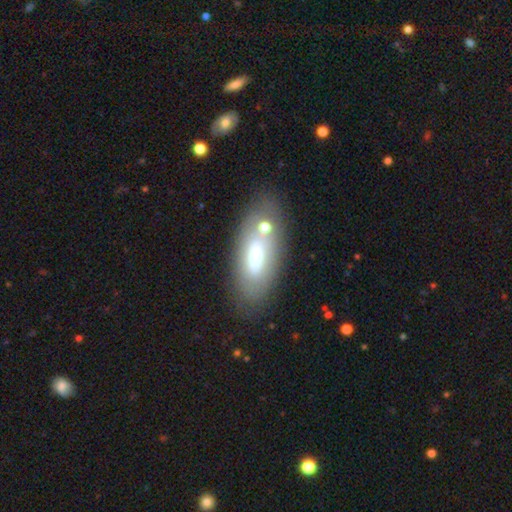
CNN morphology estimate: A smooth galaxy with no disk features (49%). Merging: none (68%).